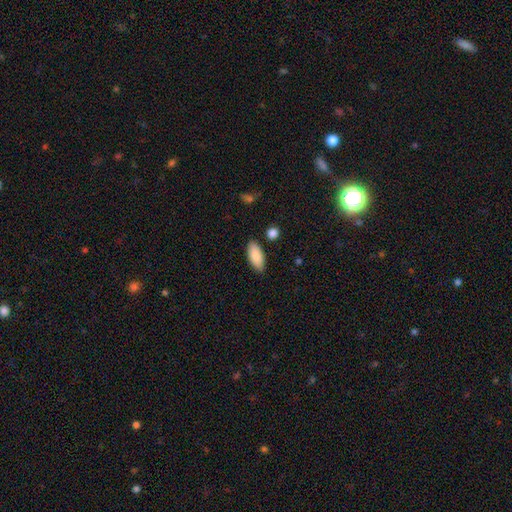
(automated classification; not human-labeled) Smooth or featured? Predicted: smooth (p=0.88). How rounded? Predicted: in between (p=0.85). Merging? Predicted: none (p=0.84).